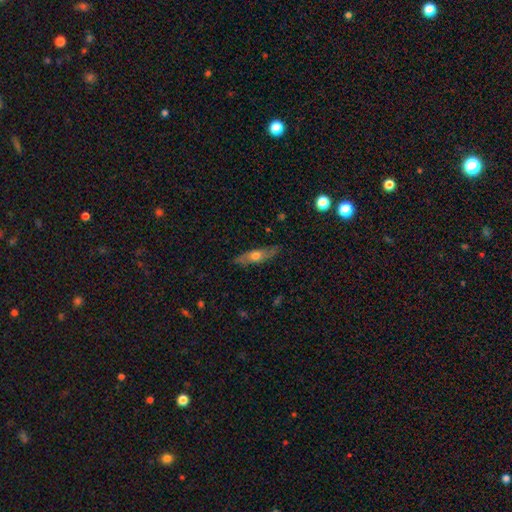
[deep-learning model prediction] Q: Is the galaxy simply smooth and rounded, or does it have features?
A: smooth — 51%.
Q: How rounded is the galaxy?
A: cigar-shaped — 65%.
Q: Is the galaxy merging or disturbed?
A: none — 82%.